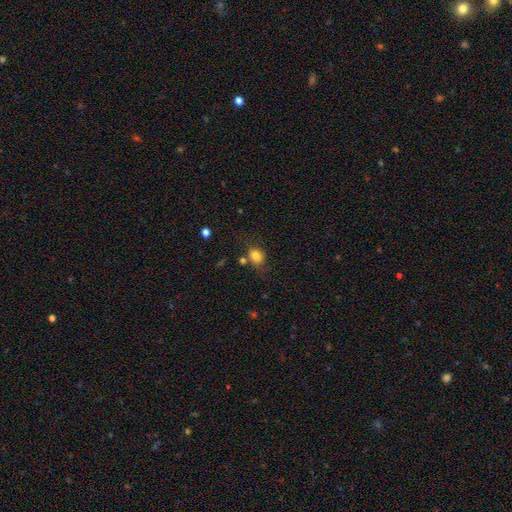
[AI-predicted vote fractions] A smooth galaxy with no disk features (81%) that is in between round and cigar-shaped (56%). Merging: none (62%).